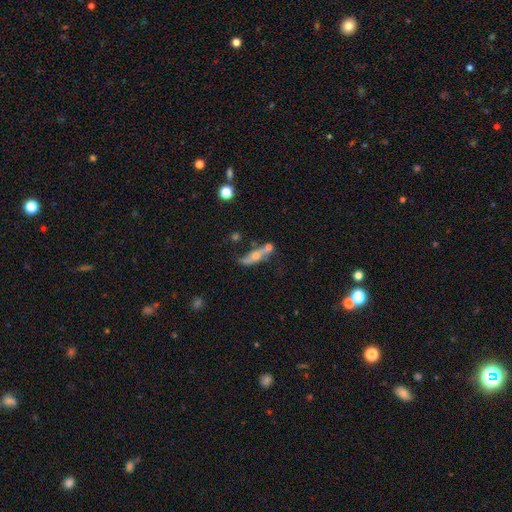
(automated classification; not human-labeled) This appears to be a featured or disk galaxy (56%) viewed edge-on (60%). Merging: none (47%).